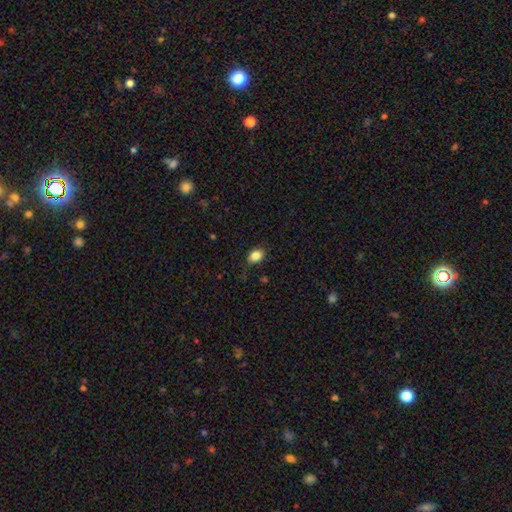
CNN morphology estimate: Smooth or featured? smooth (86%)
How rounded? in between (75%)
Merging? none (81%)